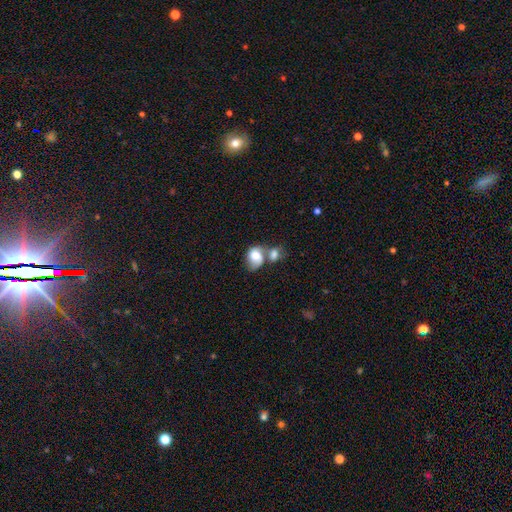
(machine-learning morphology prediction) Smooth or featured?
  - smooth: 65% *
  - featured or disk: 27%
  - star or artifact: 8%
How rounded?
  - in between: 58% *
  - round: 41%
  - cigar-shaped: 1%
Merging?
  - merger: 61% *
  - none: 19%
  - minor disturbance: 11%
  - major disturbance: 9%